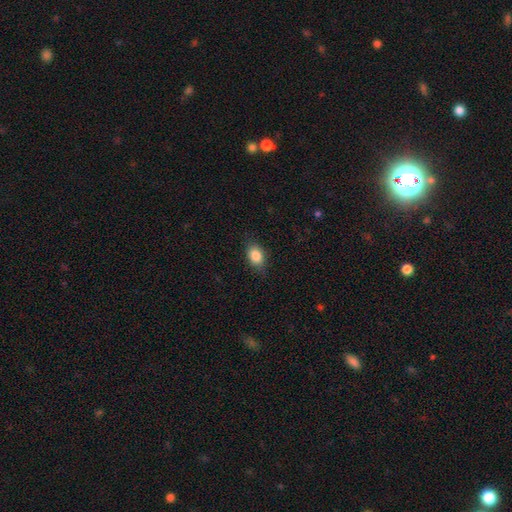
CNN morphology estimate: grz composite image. It shows a smooth galaxy with no disk features (85%) that is in between round and cigar-shaped (79%). Merging: none (81%).